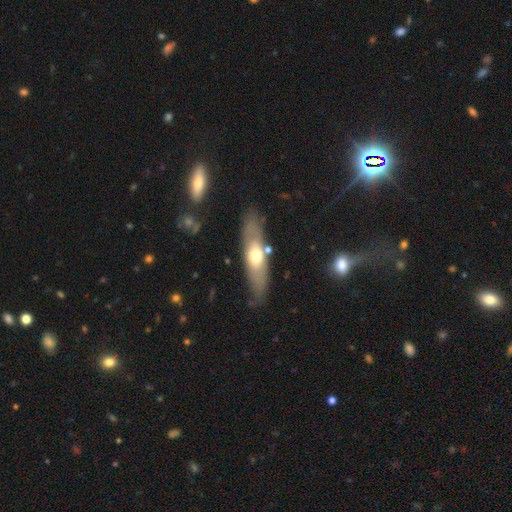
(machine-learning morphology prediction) This is possibly a featured or disk galaxy (48%). Merging: likely none (77%).